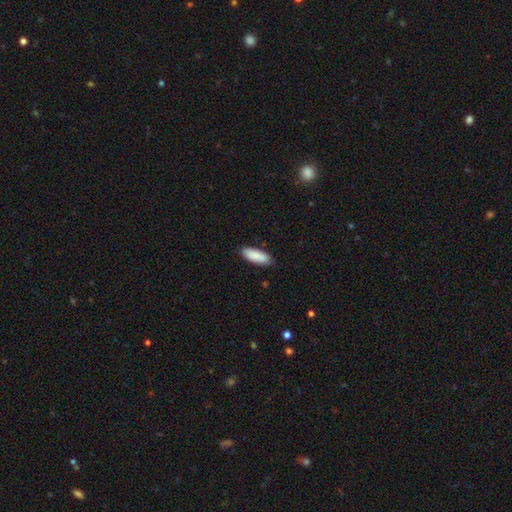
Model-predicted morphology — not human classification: smooth_or_featured: smooth (p=0.90) [alt: star or artifact p=0.05]
how_rounded: in between (p=0.69) [alt: cigar-shaped p=0.29]
merging: none (p=0.87) [alt: minor disturbance p=0.10]